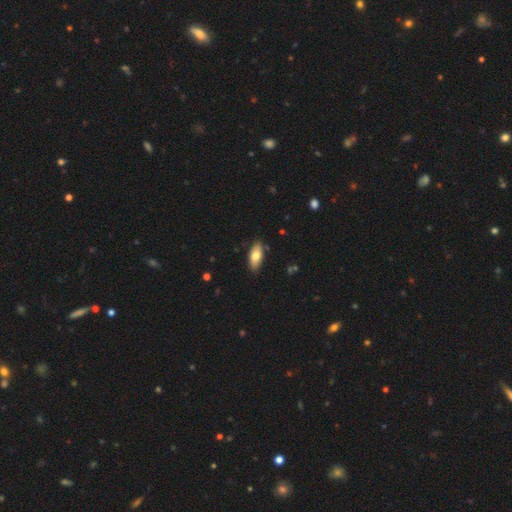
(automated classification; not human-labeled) The model was most divided on "smooth or featured": smooth: 75%, featured or disk: 19%, star or artifact: 6%. More confident: merging — none (85%); how rounded — in between (85%).